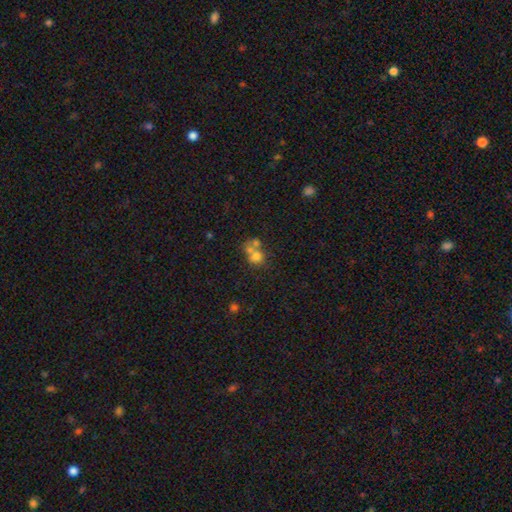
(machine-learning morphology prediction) smooth 62%, featured or disk 21%, star or artifact 16%. Down the decision tree: how rounded — round (66%); merging — merger (57%).